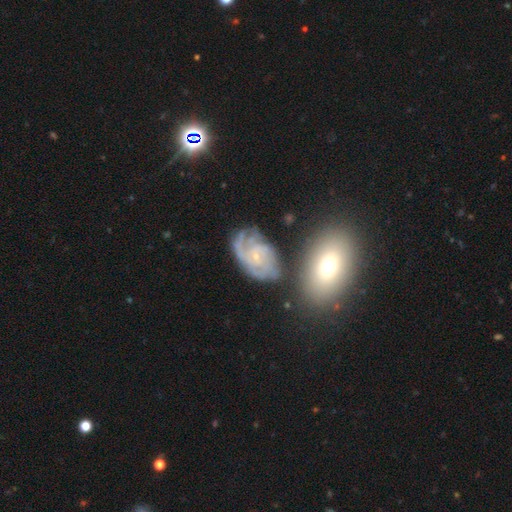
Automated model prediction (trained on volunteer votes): Morphology: type=featured or disk (82%); edge-on=no (97%); bar=no (70%); spiral arms=yes (94%); winding=tight (51%); arm count=can't tell (30%); bulge=small (82%); merging=none (53%).